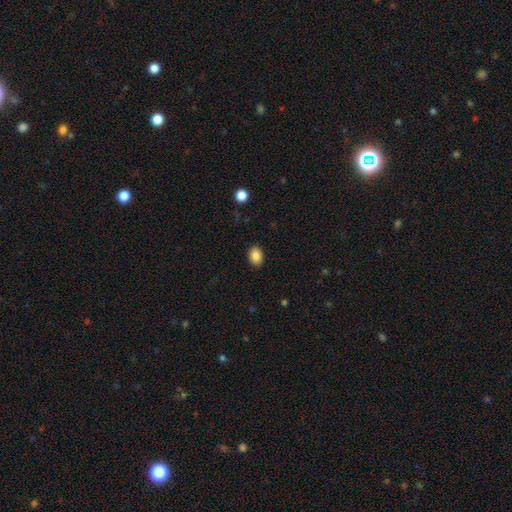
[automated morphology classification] Smooth or featured? Predicted: smooth (p=0.87). How rounded? Predicted: in between (p=0.71). Merging? Predicted: none (p=0.89).